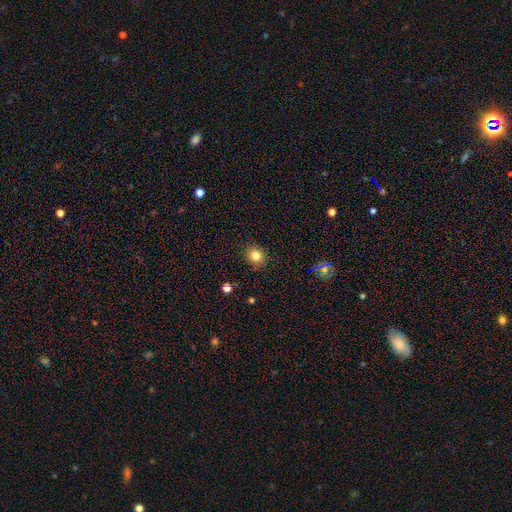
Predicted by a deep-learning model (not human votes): The model was most divided on "how rounded": round: 74%, in between: 26%, cigar-shaped: 1%. More confident: merging — none (87%); smooth or featured — smooth (81%).